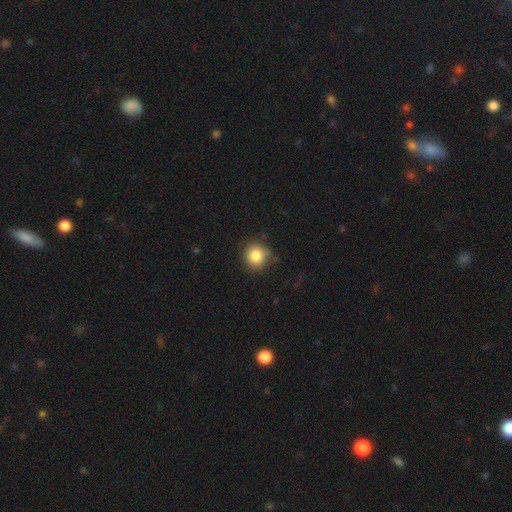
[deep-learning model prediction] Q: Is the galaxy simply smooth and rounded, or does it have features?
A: smooth — 84%.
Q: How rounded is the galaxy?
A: round — 92%.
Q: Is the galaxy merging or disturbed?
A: none — 83%.